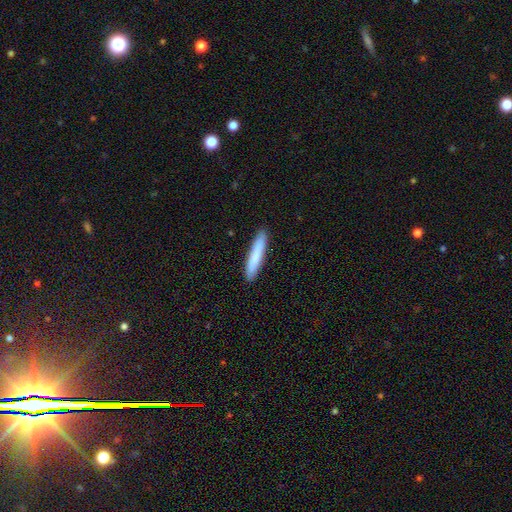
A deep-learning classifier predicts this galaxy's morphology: Q: Smooth or featured?
A: smooth (82%); runner-up: featured or disk (12%)
Q: How rounded?
A: cigar-shaped (92%); runner-up: in between (7%)
Q: Merging?
A: none (91%); runner-up: minor disturbance (7%)